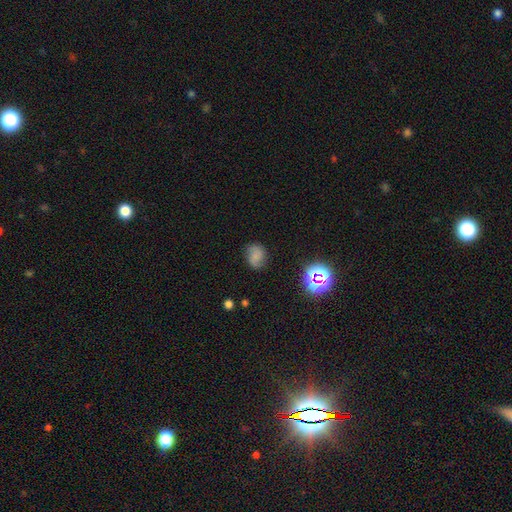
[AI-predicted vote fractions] A smooth galaxy with no disk features (59%) that is round (51%).

Vote fractions:
- Smooth or featured? smooth: 59% / featured or disk: 25% / star or artifact: 16%
- How rounded? round: 51% / in between: 48% / cigar-shaped: 1%
- Merging? none: 74% / minor disturbance: 19% / major disturbance: 5% / merger: 2%